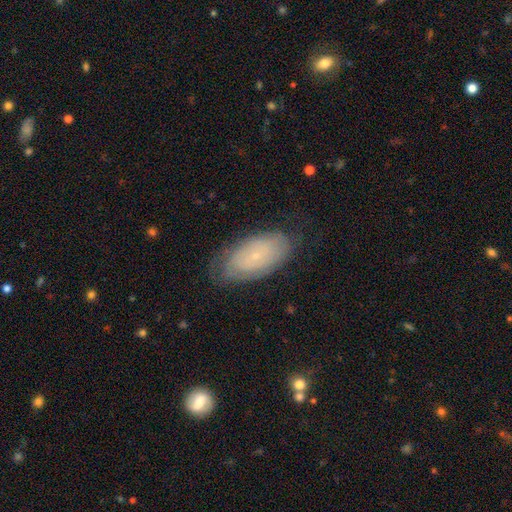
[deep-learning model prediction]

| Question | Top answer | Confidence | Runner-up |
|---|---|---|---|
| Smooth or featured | featured or disk | 48% | smooth (44%) |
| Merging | none | 74% | minor disturbance (19%) |